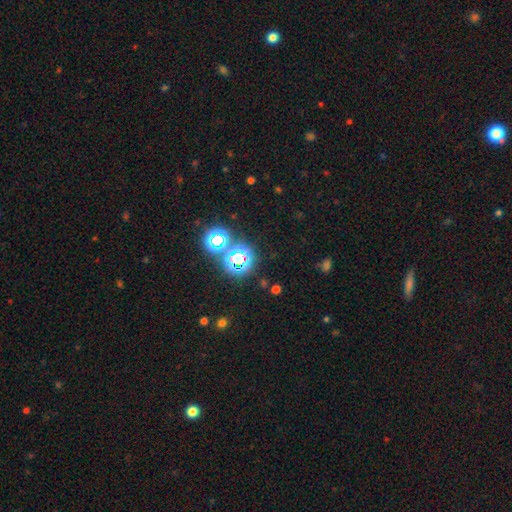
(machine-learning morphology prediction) This appears to be a star or artifact, not a galaxy (61%).